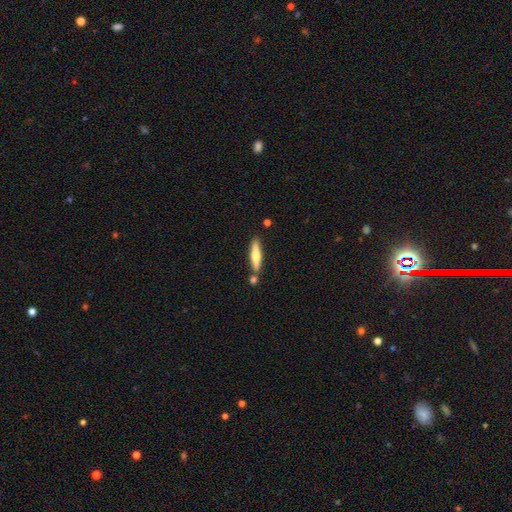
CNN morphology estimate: type=smooth (53%); roundness=cigar-shaped (84%); merging=none (77%).